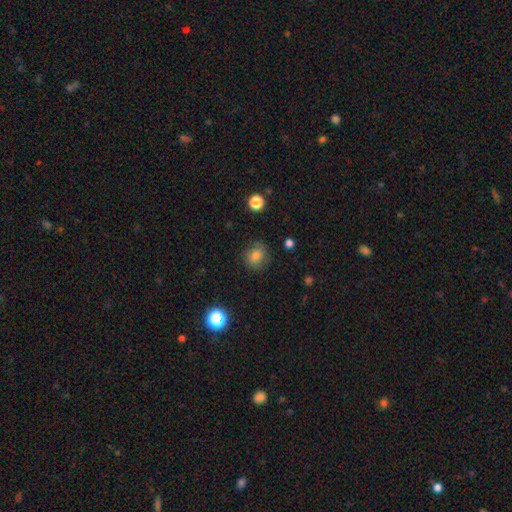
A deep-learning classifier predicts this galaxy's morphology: Smooth or featured?
  - smooth: 78% *
  - star or artifact: 13%
  - featured or disk: 9%
How rounded?
  - round: 75% *
  - in between: 24%
  - cigar-shaped: 1%
Merging?
  - none: 80% *
  - minor disturbance: 14%
  - major disturbance: 4%
  - merger: 2%